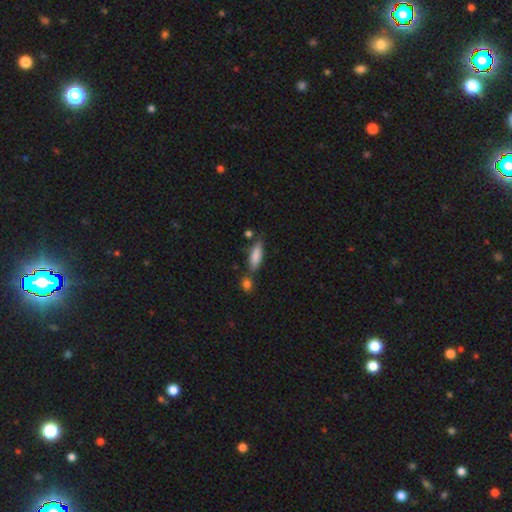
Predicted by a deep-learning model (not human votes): Q: Smooth or featured?
A: smooth (82%); runner-up: featured or disk (11%)
Q: How rounded?
A: in between (53%); runner-up: cigar-shaped (44%)
Q: Merging?
A: none (63%); runner-up: minor disturbance (16%)